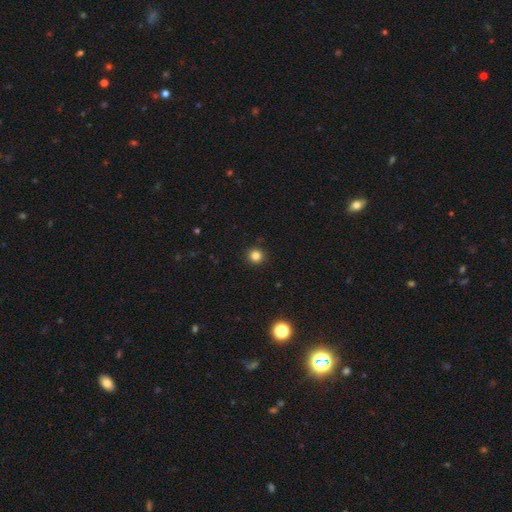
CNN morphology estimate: A smooth galaxy with no disk features (83%) that is round (94%).

Vote fractions:
- Smooth or featured? smooth: 83% / star or artifact: 13% / featured or disk: 4%
- How rounded? round: 94% / in between: 5% / cigar-shaped: 1%
- Merging? none: 92% / minor disturbance: 5% / major disturbance: 2% / merger: 1%